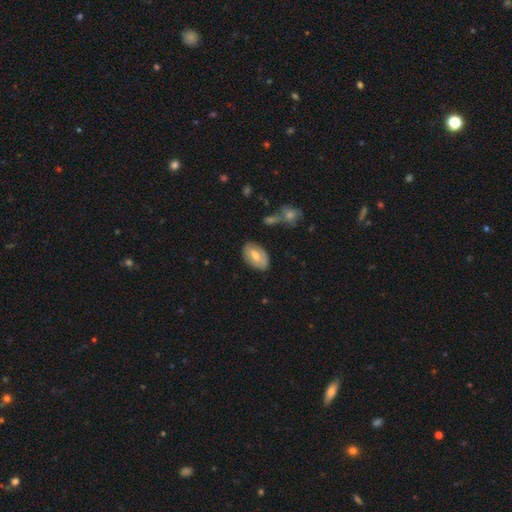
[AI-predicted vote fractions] Smooth or featured: smooth — 54% (featured or disk — 39%)
How rounded: in between — 90% (round — 8%)
Merging: none — 78% (minor disturbance — 16%)